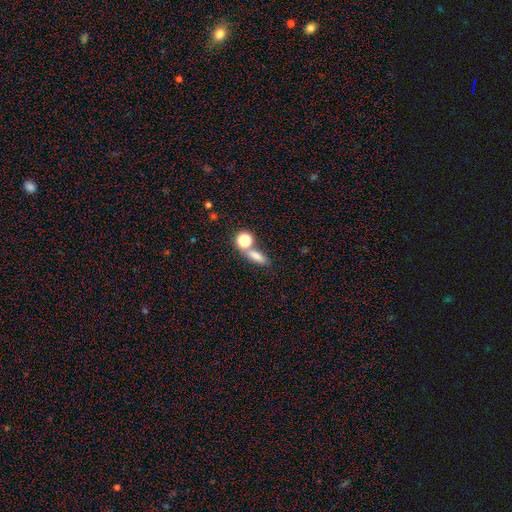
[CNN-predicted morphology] Q: Smooth or featured?
A: smooth (74%); runner-up: star or artifact (15%)
Q: How rounded?
A: in between (54%); runner-up: cigar-shaped (26%)
Q: Merging?
A: none (58%); runner-up: merger (27%)